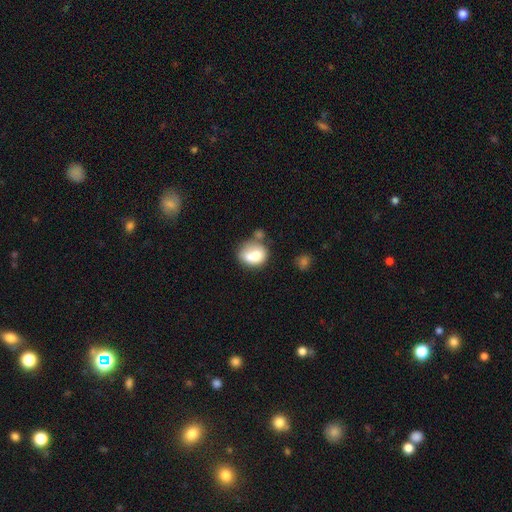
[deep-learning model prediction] A smooth galaxy with no disk features (70%) that is round (52%). Merging: merger (37%).